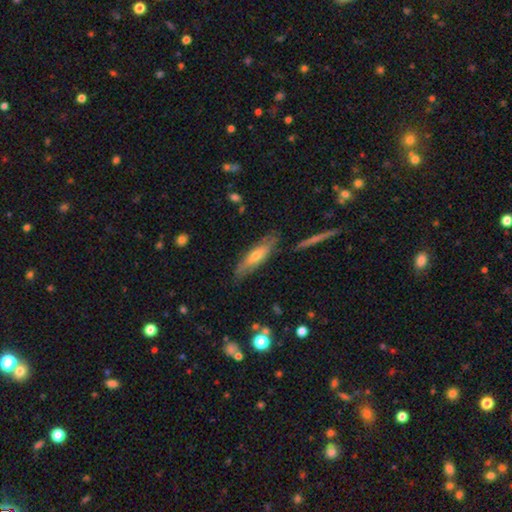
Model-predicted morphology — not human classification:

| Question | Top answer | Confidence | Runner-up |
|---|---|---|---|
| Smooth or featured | featured or disk | 49% | smooth (44%) |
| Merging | none | 76% | minor disturbance (17%) |